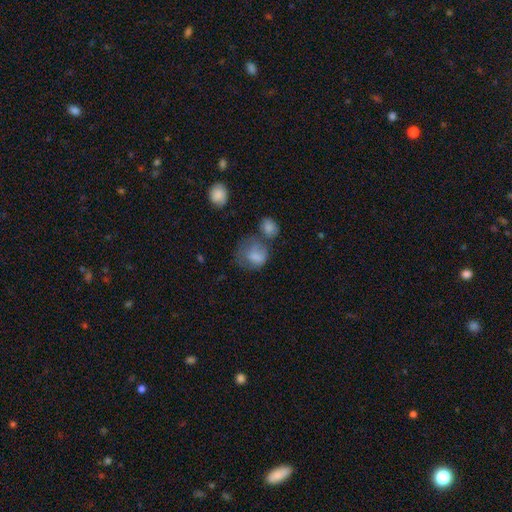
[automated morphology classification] type=smooth (74%); roundness=round (60%); merging=none (33%).